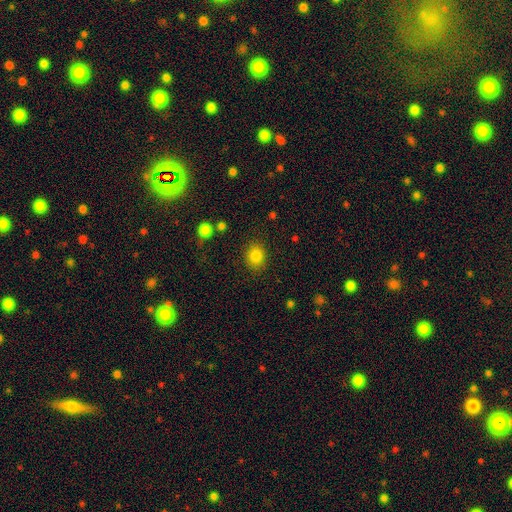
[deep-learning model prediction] smooth_or_featured: smooth (p=0.83) [alt: star or artifact p=0.11]
how_rounded: round (p=0.63) [alt: in between p=0.36]
merging: none (p=0.86) [alt: minor disturbance p=0.09]